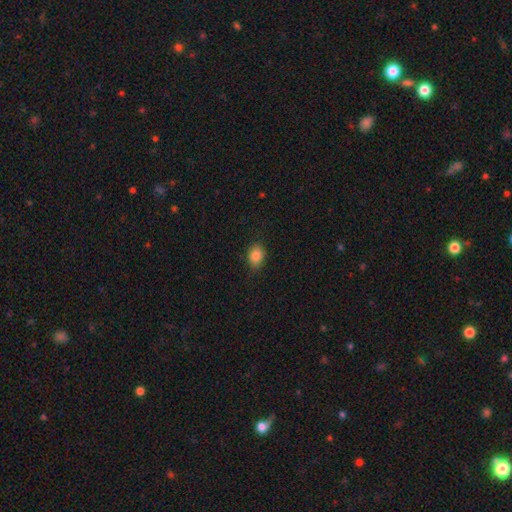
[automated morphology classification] smooth 86%, star or artifact 9%, featured or disk 5%. Down the decision tree: how rounded — in between (70%); merging — none (83%).